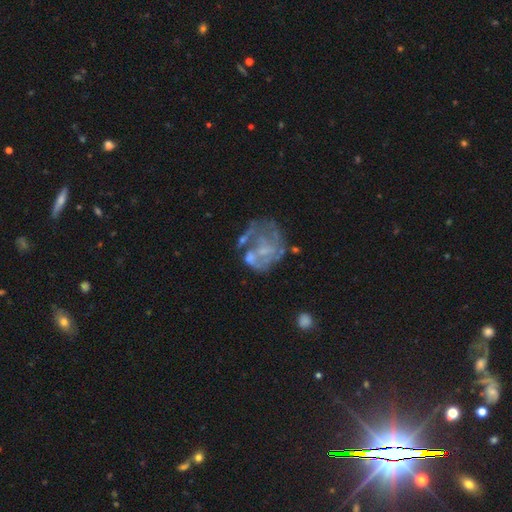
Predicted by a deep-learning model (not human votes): The model was most divided on "merging": none: 39%, major disturbance: 28%, minor disturbance: 20%, merger: 12%. More confident: edge-on disk — no (98%); bar — no (72%); smooth or featured — featured or disk (71%); spiral arms — no (57%); bulge size — none (51%).